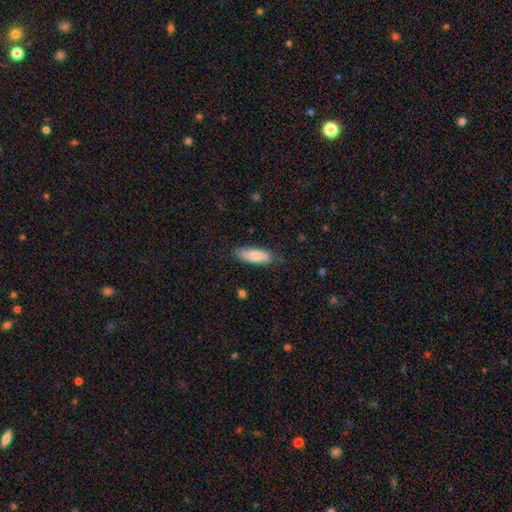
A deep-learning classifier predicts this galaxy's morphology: type=smooth (79%); roundness=in between (68%); merging=none (74%).